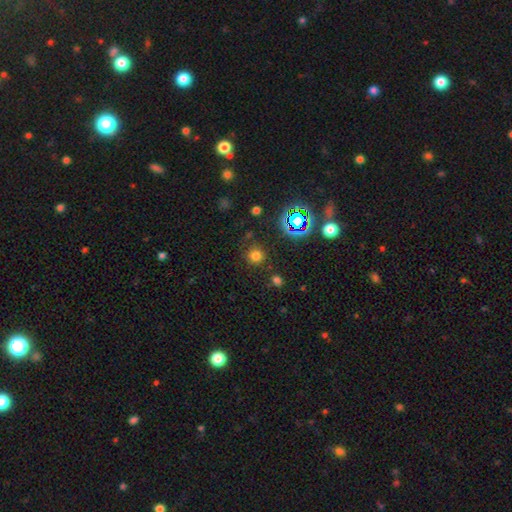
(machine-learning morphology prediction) type=smooth (70%); roundness=round (92%); merging=none (84%).